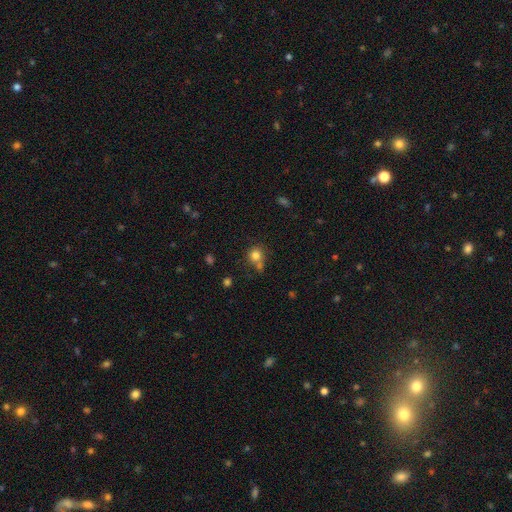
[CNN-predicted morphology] This appears to be a smooth galaxy with no disk features (80%) that is round (86%). Merging: none (57%).